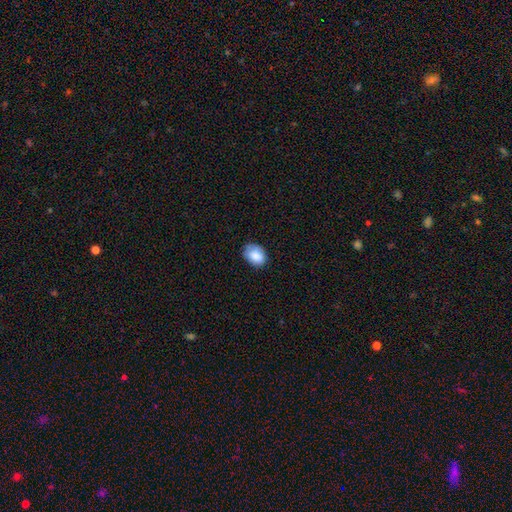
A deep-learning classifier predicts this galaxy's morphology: Smooth or featured? Predicted: smooth (p=0.85). How rounded? Predicted: in between (p=0.72). Merging? Predicted: none (p=0.69).